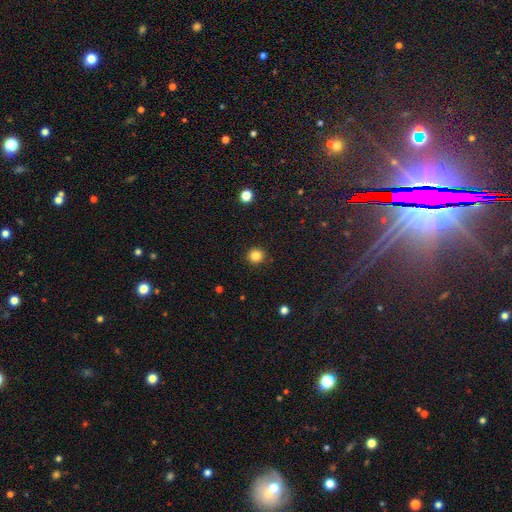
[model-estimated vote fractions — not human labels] smooth-or-featured: smooth: 84% | star or artifact: 12% | featured or disk: 4%
  how-rounded: round: 92% | in between: 7% | cigar-shaped: 1%
  merging: none: 92% | minor disturbance: 5% | major disturbance: 2% | merger: 1%